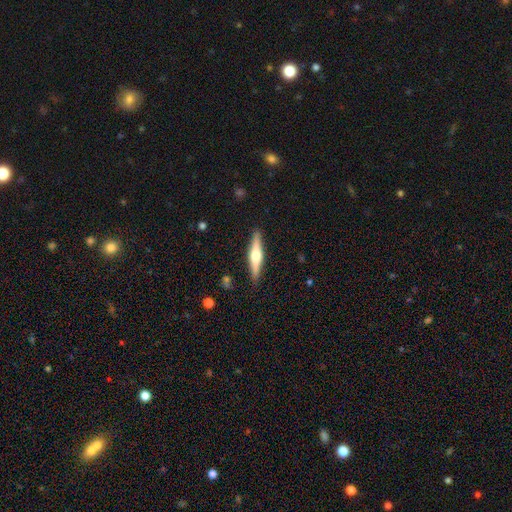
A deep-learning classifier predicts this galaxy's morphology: A featured or disk galaxy (62%) viewed edge-on (97%) with a rounded central bulge (92%).

Vote fractions:
- Smooth or featured? featured or disk: 62% / smooth: 32% / star or artifact: 5%
- Edge-on disk? yes: 97% / no: 3%
- Edge-on bulge? rounded: 92% / boxy: 5% / none: 3%
- Merging? none: 90% / minor disturbance: 8% / major disturbance: 2% / merger: 1%